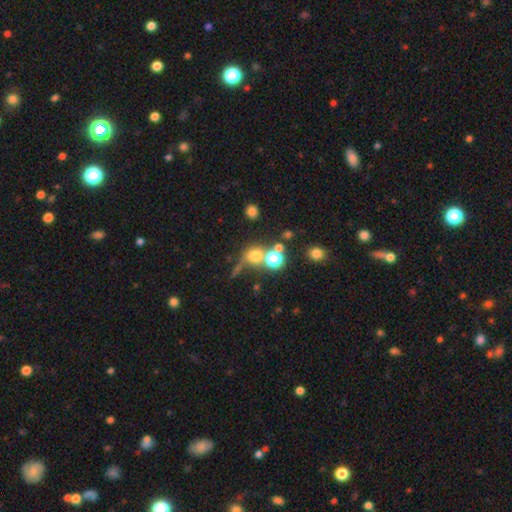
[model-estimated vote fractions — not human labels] This appears to be a smooth galaxy with no disk features (59%) that is round (78%). Merging: none (51%).